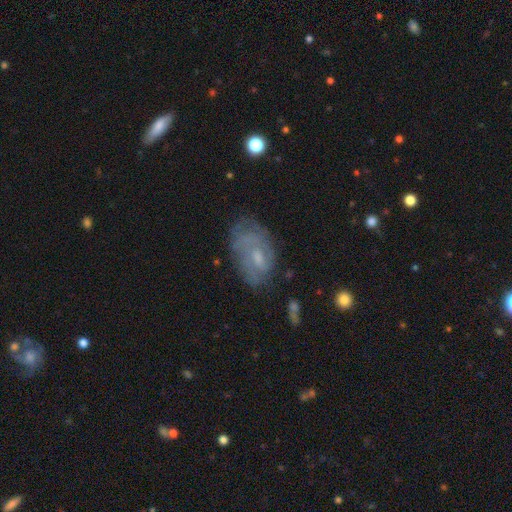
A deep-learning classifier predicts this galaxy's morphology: smooth_or_featured: featured or disk (p=0.58) [alt: smooth p=0.31]
disk_edge_on: no (p=0.95) [alt: yes p=0.05]
bar: no (p=0.52) [alt: weak p=0.41]
has_spiral_arms: yes (p=0.69) [alt: no p=0.31]
bulge_size: small (p=0.44) [alt: moderate p=0.36]
merging: none (p=0.57) [alt: minor disturbance p=0.26]